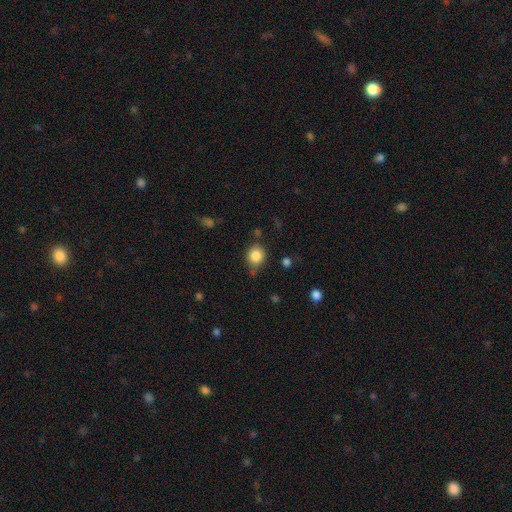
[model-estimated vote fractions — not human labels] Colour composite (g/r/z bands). It shows a smooth galaxy with no disk features (85%) that is round (84%). Merging: none (72%).